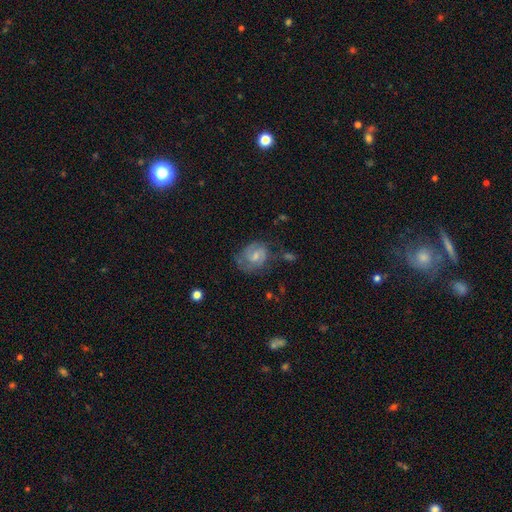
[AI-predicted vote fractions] The model was most divided on "spiral winding": medium: 44%, tight: 43%, loose: 13%. Remaining: edge-on disk — no (98%); spiral arms — yes (93%); spiral arm count — 2 (74%); smooth or featured — featured or disk (73%); merging — none (59%); bar — weak (54%); bulge size — small (49%).